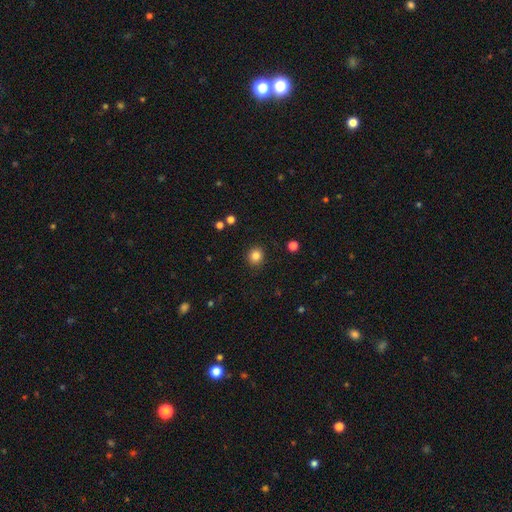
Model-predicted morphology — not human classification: Smooth or featured? Predicted: smooth (p=0.84). How rounded? Predicted: round (p=0.85). Merging? Predicted: none (p=0.90).